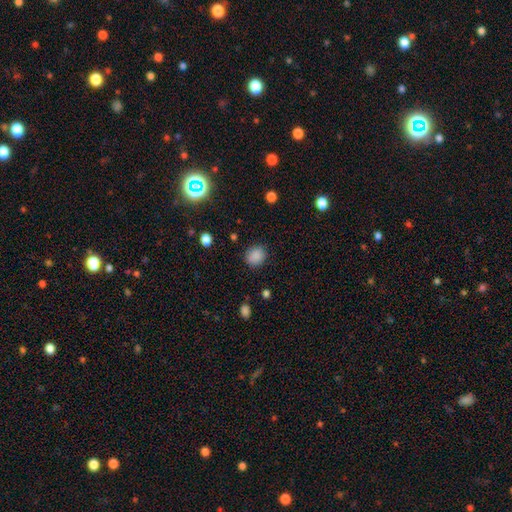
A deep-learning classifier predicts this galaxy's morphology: smooth-or-featured: smooth: 86% | star or artifact: 10% | featured or disk: 3%
  how-rounded: round: 77% | in between: 22% | cigar-shaped: 1%
  merging: none: 86% | minor disturbance: 10% | major disturbance: 3% | merger: 1%